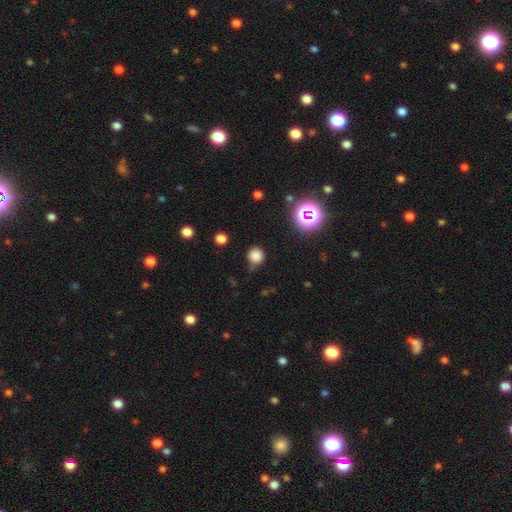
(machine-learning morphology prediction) The model was most divided on "merging": none: 71%, minor disturbance: 19%, major disturbance: 6%, merger: 4%. More confident: how rounded — round (91%); smooth or featured — smooth (78%).